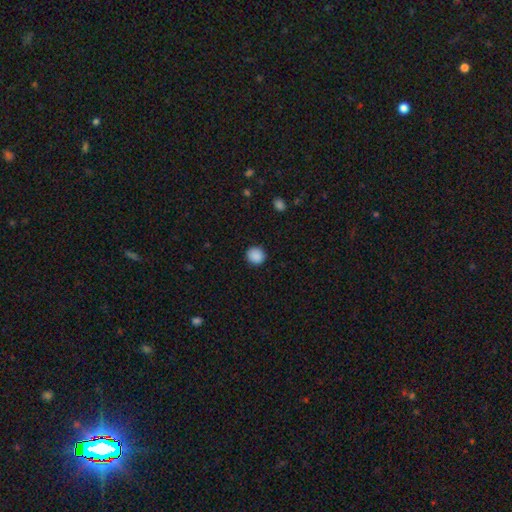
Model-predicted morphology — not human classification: Q: Smooth or featured?
A: smooth (89%); runner-up: star or artifact (9%)
Q: How rounded?
A: round (89%); runner-up: in between (10%)
Q: Merging?
A: none (90%); runner-up: minor disturbance (7%)